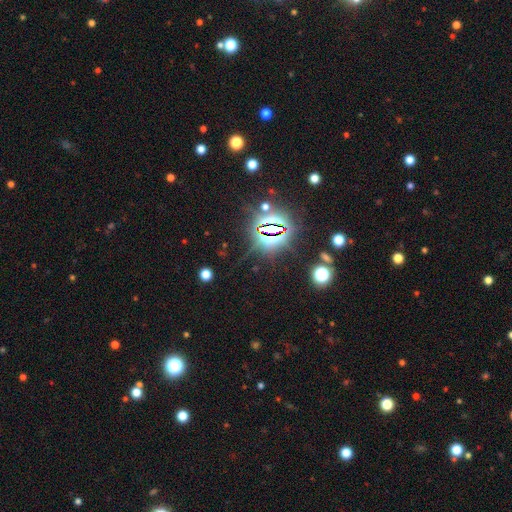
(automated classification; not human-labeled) smooth_or_featured: star or artifact (p=0.82) [alt: smooth p=0.11]